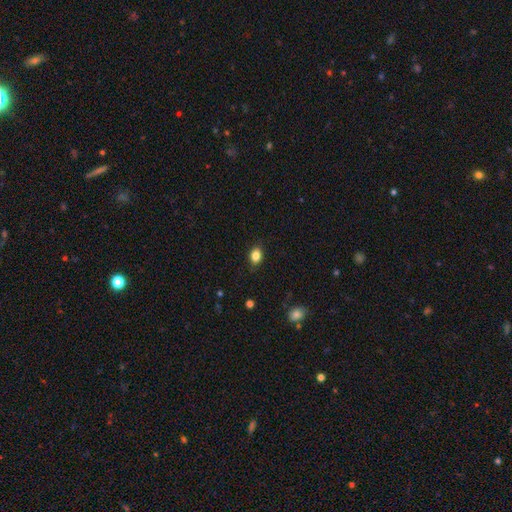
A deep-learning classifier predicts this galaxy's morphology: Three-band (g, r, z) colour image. It shows a smooth galaxy with no disk features (85%) that is in between round and cigar-shaped (72%). Merging: none (85%).